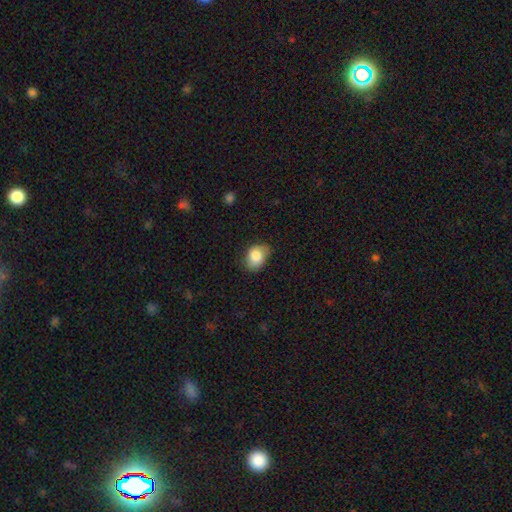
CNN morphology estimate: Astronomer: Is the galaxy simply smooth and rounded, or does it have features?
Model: smooth — 85%.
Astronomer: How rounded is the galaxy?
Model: in between — 69%.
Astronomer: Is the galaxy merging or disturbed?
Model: none — 68%.